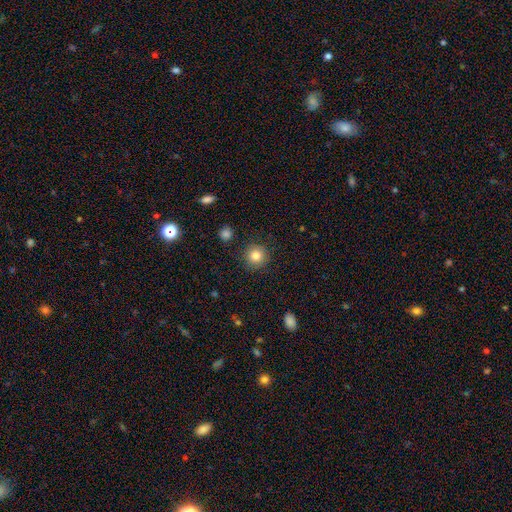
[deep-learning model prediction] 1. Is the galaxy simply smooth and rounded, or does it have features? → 83% smooth, 10% star or artifact, 7% featured or disk.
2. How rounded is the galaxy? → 93% round, 6% in between, 1% cigar-shaped.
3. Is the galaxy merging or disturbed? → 88% none, 7% minor disturbance, 3% major disturbance, 2% merger.